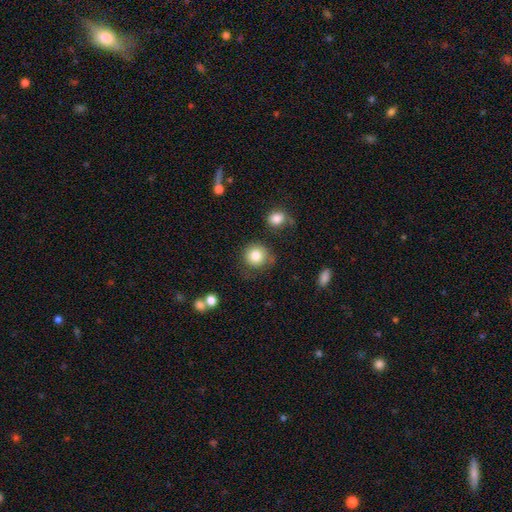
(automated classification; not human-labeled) smooth_or_featured: smooth (p=0.83) [alt: star or artifact p=0.09]
how_rounded: round (p=0.89) [alt: in between p=0.10]
merging: none (p=0.69) [alt: minor disturbance p=0.18]